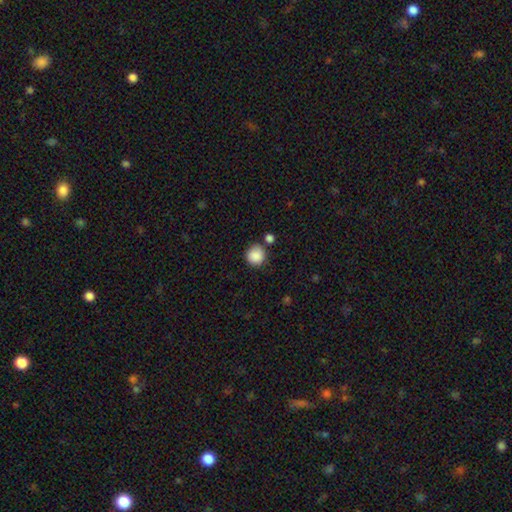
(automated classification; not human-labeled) This appears to be a smooth galaxy with no disk features (88%) that is round (91%). Merging: none (74%).